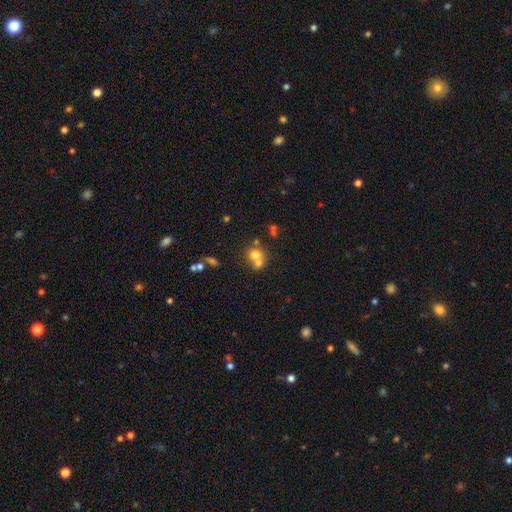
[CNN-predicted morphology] Smooth or featured: smooth — 66% (featured or disk — 19%)
How rounded: round — 73% (in between — 26%)
Merging: merger — 57% (none — 33%)